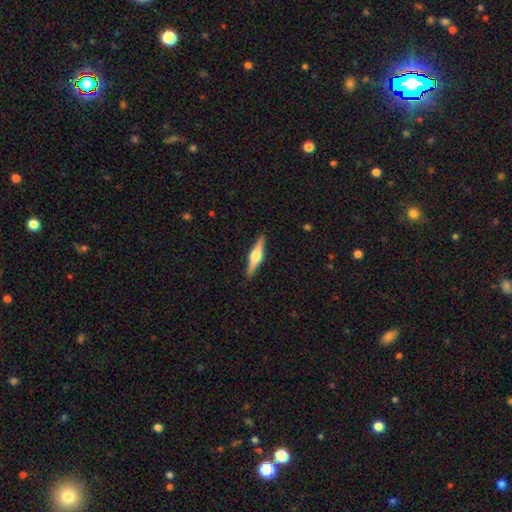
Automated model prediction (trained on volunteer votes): Smooth or featured? featured or disk (69%)
Edge-on disk? yes (98%)
Edge-on bulge? rounded (91%)
Merging? none (91%)